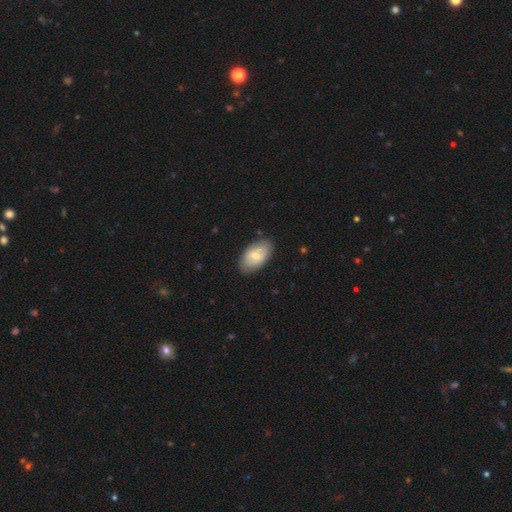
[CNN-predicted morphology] The model was most divided on "smooth or featured": smooth: 69%, featured or disk: 25%, star or artifact: 6%. More confident: how rounded — in between (94%); merging — none (83%).